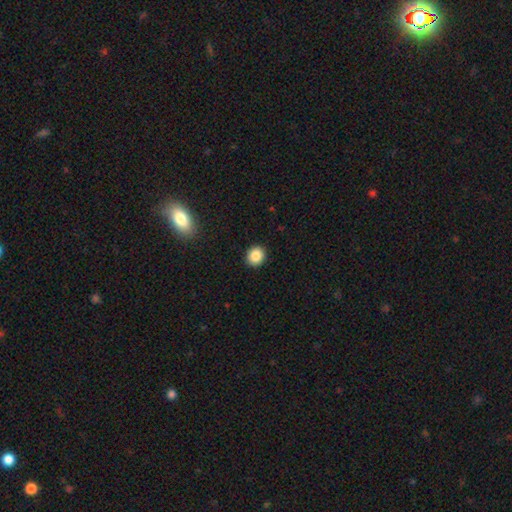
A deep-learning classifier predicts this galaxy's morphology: This appears to be a smooth galaxy with no disk features (86%) that is round (82%). Merging: none (92%).